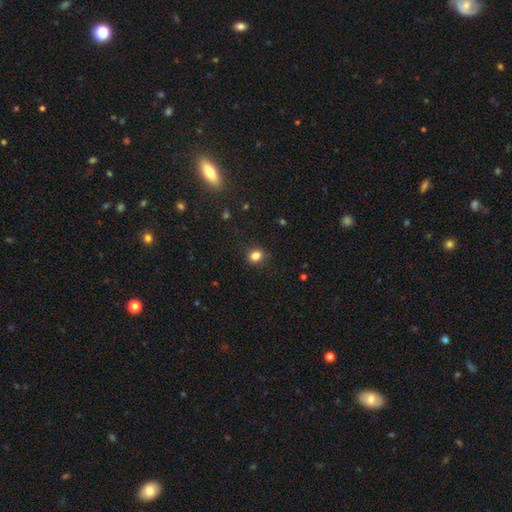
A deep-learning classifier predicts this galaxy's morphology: Smooth or featured? Predicted: smooth (p=0.84). How rounded? Predicted: round (p=0.61). Merging? Predicted: none (p=0.87).